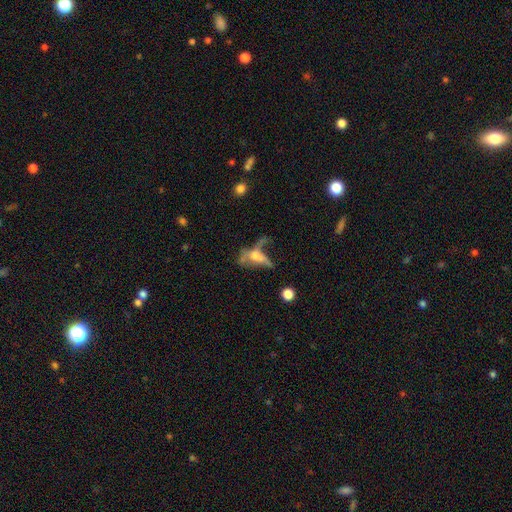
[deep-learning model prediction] Smooth or featured? Predicted: featured or disk (p=0.52). Edge-on disk? Predicted: no (p=0.73). Merging? Predicted: major disturbance (p=0.40).